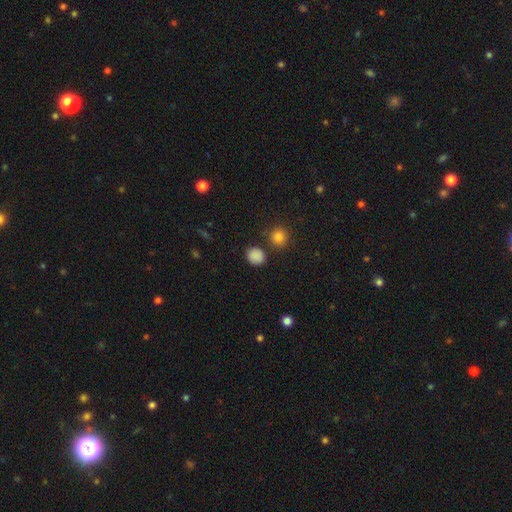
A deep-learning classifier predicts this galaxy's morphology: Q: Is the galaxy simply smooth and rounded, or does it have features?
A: smooth — 85%.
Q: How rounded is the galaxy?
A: round — 75%.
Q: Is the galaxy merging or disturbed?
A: none — 82%.